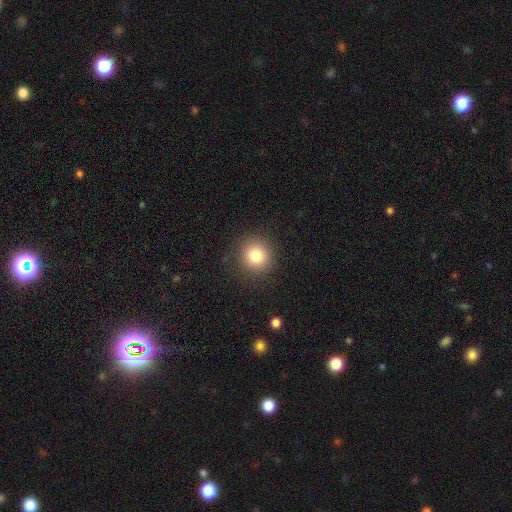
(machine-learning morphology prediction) Smooth or featured? smooth (82%)
How rounded? round (92%)
Merging? none (89%)